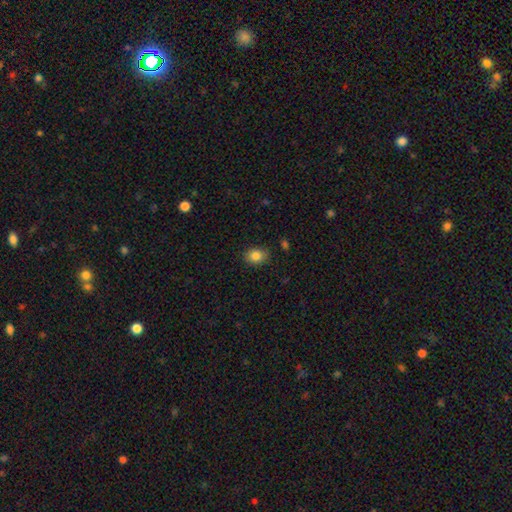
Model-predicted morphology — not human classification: A smooth galaxy with no disk features (84%) that is in between round and cigar-shaped (61%). Merging: none (85%).